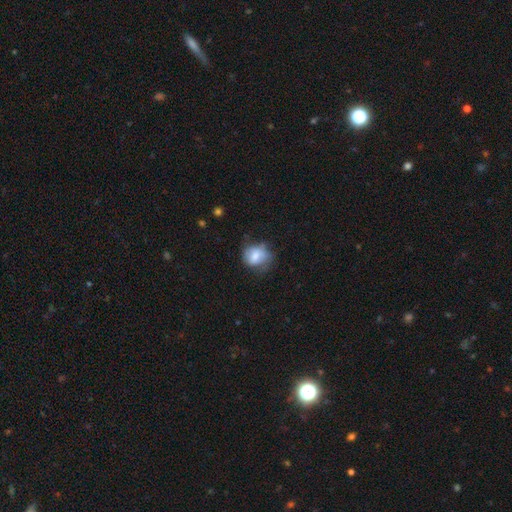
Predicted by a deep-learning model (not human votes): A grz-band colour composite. It shows a smooth galaxy with no disk features (68%) that is round (64%). Merging: none (51%).